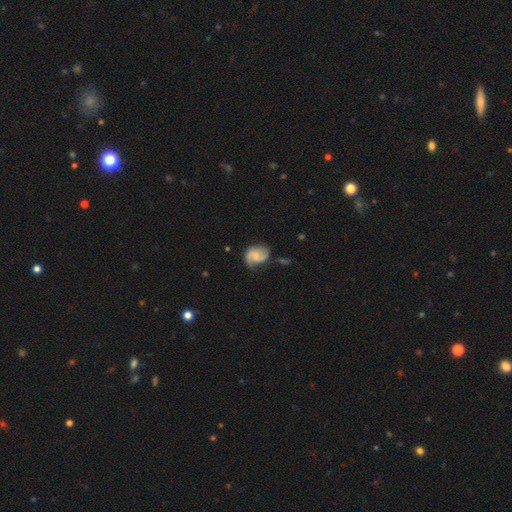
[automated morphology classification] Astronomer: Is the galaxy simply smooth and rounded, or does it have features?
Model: featured or disk — 70%.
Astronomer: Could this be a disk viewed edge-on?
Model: no — 98%.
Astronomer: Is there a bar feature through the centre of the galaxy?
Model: no — 52% (runner-up: weak, 40%).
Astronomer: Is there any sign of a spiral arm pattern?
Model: yes — 94%.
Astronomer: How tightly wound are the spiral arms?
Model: medium — 45% (runner-up: loose, 36%).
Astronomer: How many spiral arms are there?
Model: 2 — 87%.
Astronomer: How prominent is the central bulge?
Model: small — 48% (runner-up: moderate, 26%).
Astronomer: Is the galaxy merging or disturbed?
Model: none — 65%.